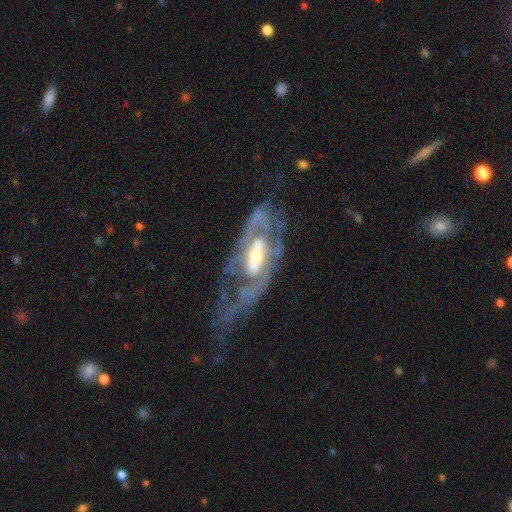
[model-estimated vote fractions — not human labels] A featured or disk galaxy (85%) with no bar (35%), 2 (50%) tight (41%) spiral arms (79%) and a moderate central bulge (61%). Merging: major disturbance (39%).